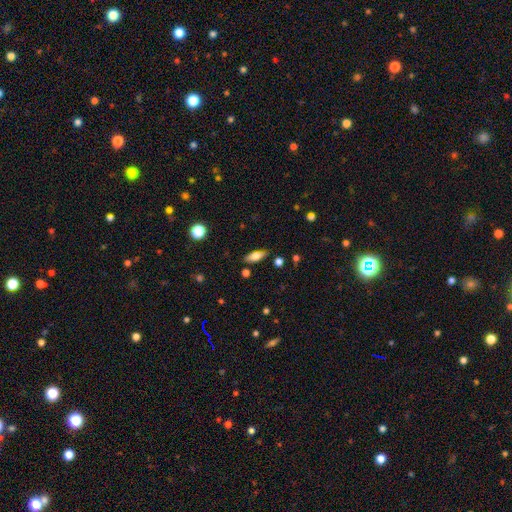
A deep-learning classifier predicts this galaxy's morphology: smooth 63%, featured or disk 28%, star or artifact 8%. Down the decision tree: how rounded — in between (67%); merging — none (84%).